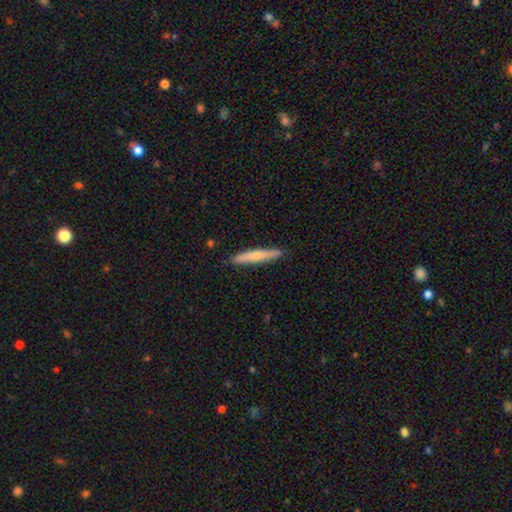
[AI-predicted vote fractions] Smooth or featured?
  - smooth: 61% *
  - featured or disk: 34%
  - star or artifact: 6%
How rounded?
  - cigar-shaped: 93% *
  - in between: 6%
  - round: 1%
Merging?
  - none: 89% *
  - minor disturbance: 9%
  - major disturbance: 1%
  - merger: 1%